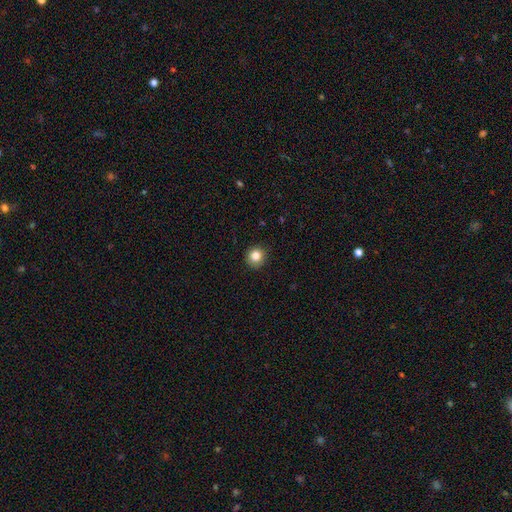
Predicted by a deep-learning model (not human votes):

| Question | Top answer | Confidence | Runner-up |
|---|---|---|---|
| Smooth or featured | smooth | 84% | star or artifact (11%) |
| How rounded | round | 92% | in between (7%) |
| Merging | none | 90% | minor disturbance (7%) |